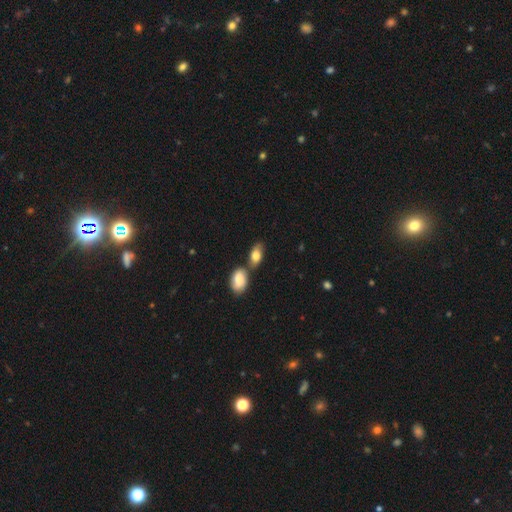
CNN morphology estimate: The model was most divided on "merging": none: 50%, merger: 32%, minor disturbance: 14%, major disturbance: 4%. More confident: how rounded — in between (89%); smooth or featured — smooth (80%).